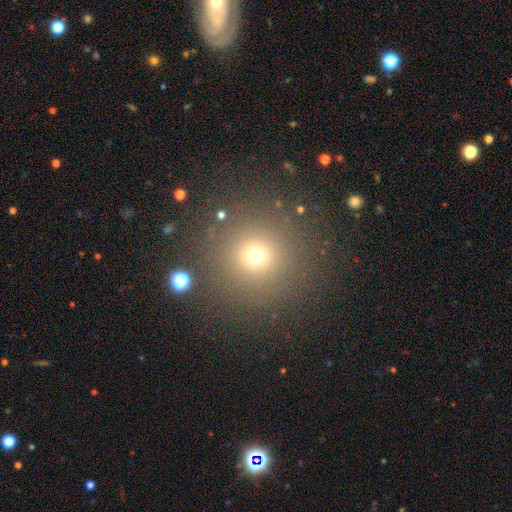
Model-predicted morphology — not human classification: Smooth or featured: smooth — 68% (star or artifact — 24%)
How rounded: round — 95% (in between — 4%)
Merging: none — 87% (minor disturbance — 6%)